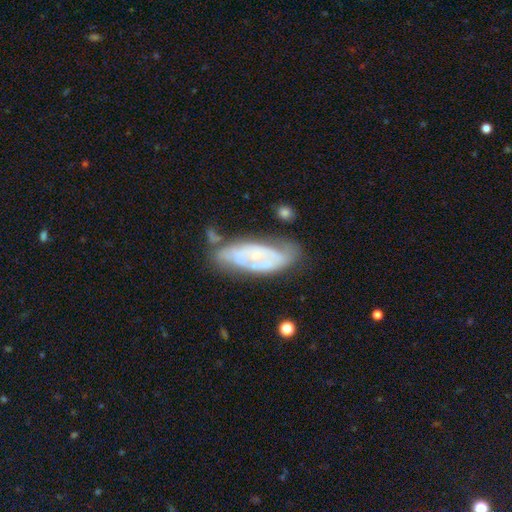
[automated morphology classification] Overall: featured or disk (69%). Edge-on disk: no (86%). Bar: no (61%; weak 29%). Spiral arms: yes (70%; no 30%). Bulge size: small (69%). Merging: none (55%; minor disturbance 26%).